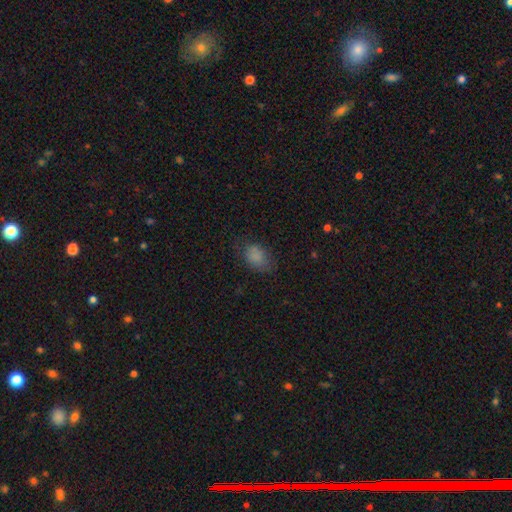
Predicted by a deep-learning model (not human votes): A smooth galaxy with no disk features (81%) that is in between round and cigar-shaped (75%).

Vote fractions:
- Smooth or featured? smooth: 81% / star or artifact: 11% / featured or disk: 8%
- How rounded? in between: 75% / round: 23% / cigar-shaped: 1%
- Merging? none: 64% / minor disturbance: 24% / major disturbance: 9% / merger: 3%